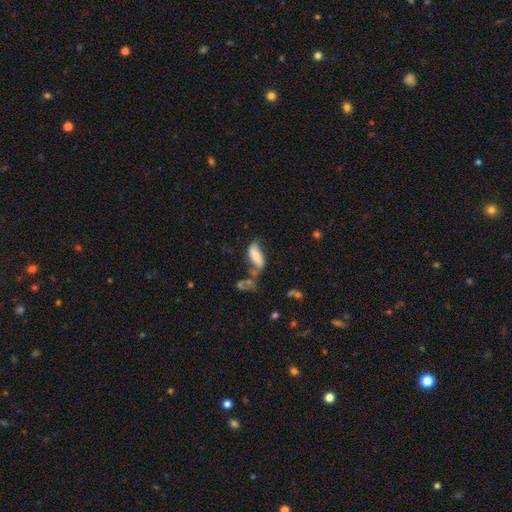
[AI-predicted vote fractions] Overall: smooth (66%). How rounded: in between (76%). Merging: none (36%; minor disturbance 24%).